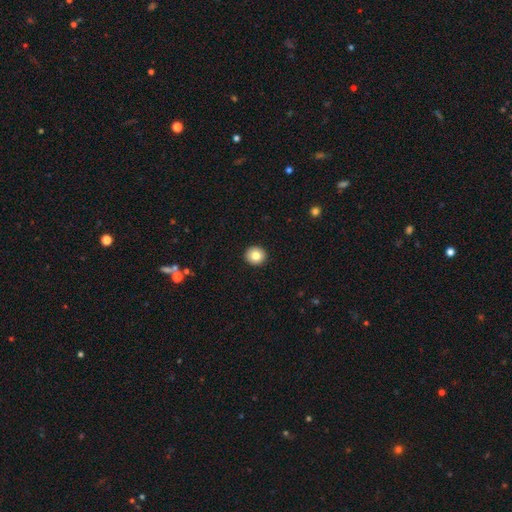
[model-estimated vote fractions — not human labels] Smooth or featured? smooth (82%)
How rounded? round (92%)
Merging? none (94%)